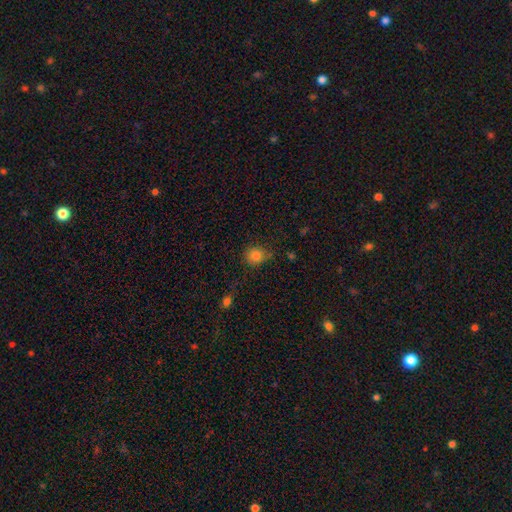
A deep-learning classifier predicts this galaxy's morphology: Q: Smooth or featured?
A: smooth (83%); runner-up: star or artifact (12%)
Q: How rounded?
A: round (80%); runner-up: in between (19%)
Q: Merging?
A: none (72%); runner-up: minor disturbance (20%)